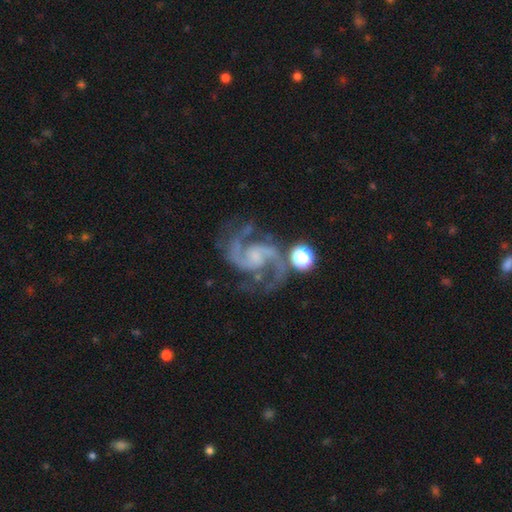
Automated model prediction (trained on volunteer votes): featured or disk 92%, star or artifact 5%, smooth 2%. Down the decision tree: edge-on disk — no (98%); bar — no (50%); spiral arms — yes (99%); spiral arm count — 2 (90%); spiral winding — medium (63%); bulge size — small (50%); merging — none (65%).